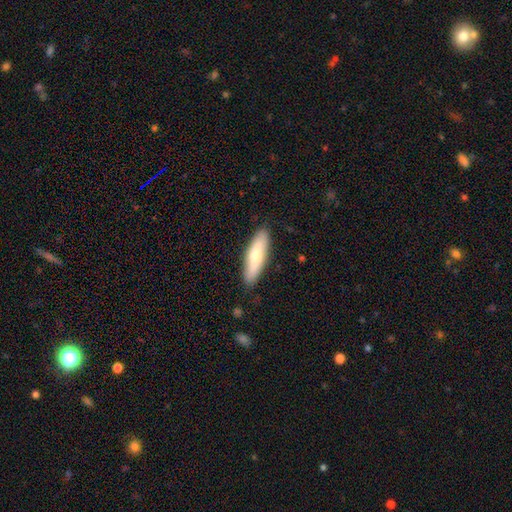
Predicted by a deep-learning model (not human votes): Smooth or featured? Predicted: smooth (p=0.71). How rounded? Predicted: cigar-shaped (p=0.62). Merging? Predicted: none (p=0.87).